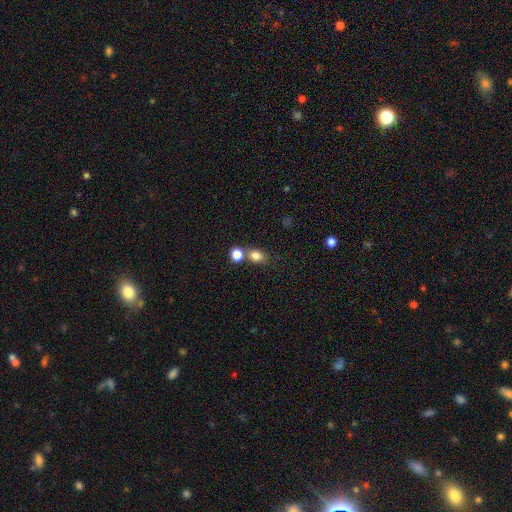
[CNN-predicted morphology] smooth 82%, star or artifact 11%, featured or disk 7%. Down the decision tree: how rounded — in between (50%); merging — none (54%).